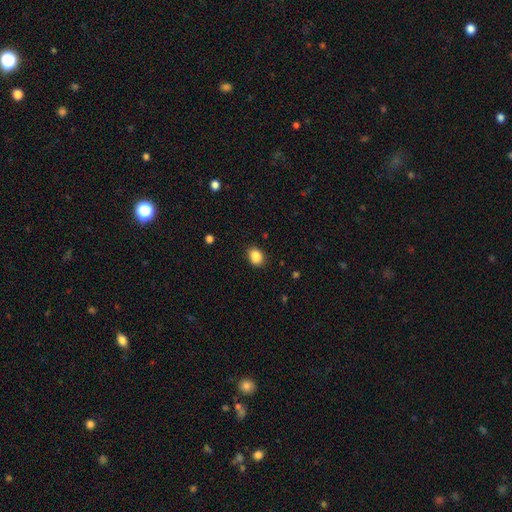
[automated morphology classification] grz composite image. It shows a smooth galaxy with no disk features (87%) that is in between round and cigar-shaped (56%). Merging: none (87%).